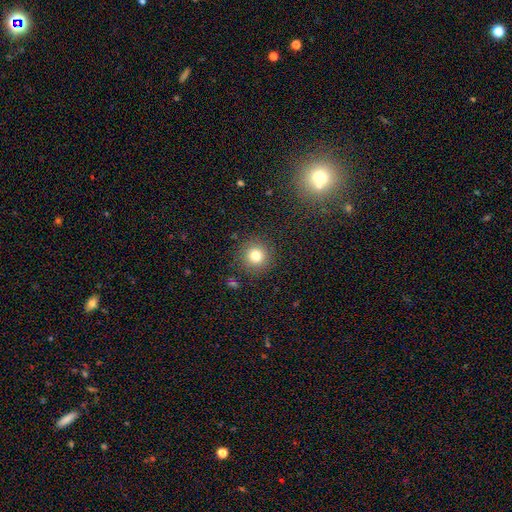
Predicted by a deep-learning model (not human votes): Smooth or featured?
  - smooth: 80% *
  - star or artifact: 12%
  - featured or disk: 8%
How rounded?
  - round: 94% *
  - in between: 5%
  - cigar-shaped: 1%
Merging?
  - none: 88% *
  - minor disturbance: 7%
  - major disturbance: 3%
  - merger: 2%